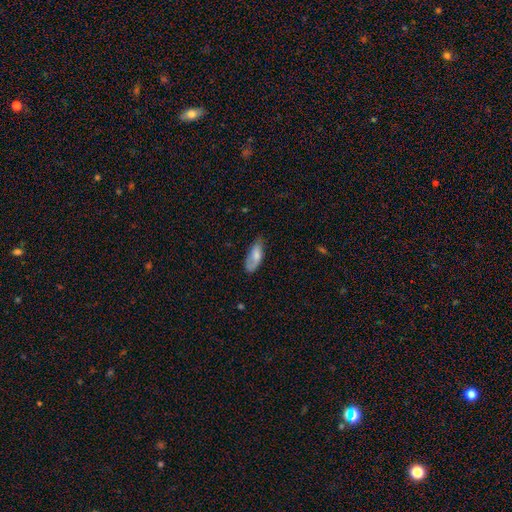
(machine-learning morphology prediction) Smooth or featured? smooth (69%)
How rounded? in between (78%)
Merging? none (54%)